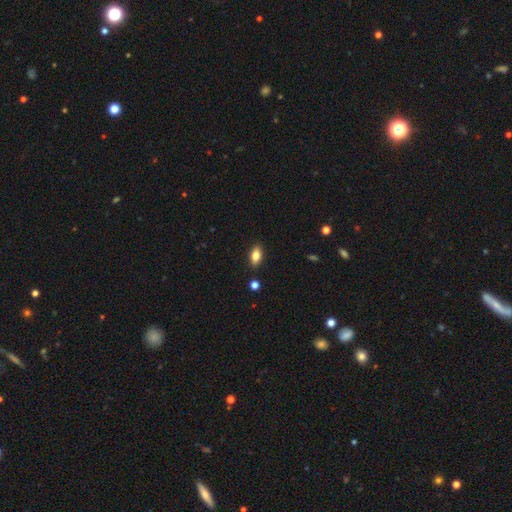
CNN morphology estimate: smooth 78%, featured or disk 13%, star or artifact 8%. Down the decision tree: how rounded — in between (88%); merging — none (88%).